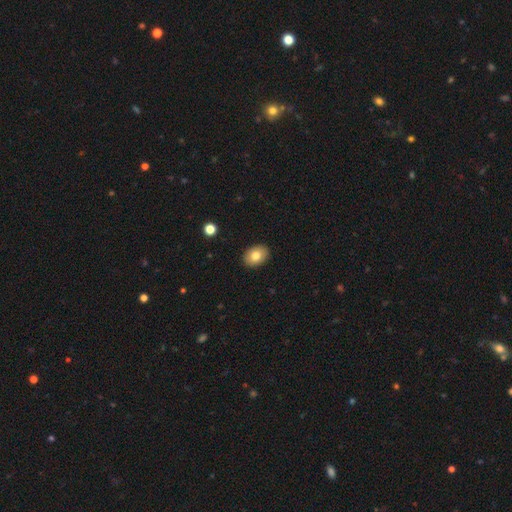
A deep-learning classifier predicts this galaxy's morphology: Smooth or featured: smooth — 78% (featured or disk — 13%)
How rounded: in between — 76% (round — 23%)
Merging: none — 90% (minor disturbance — 8%)